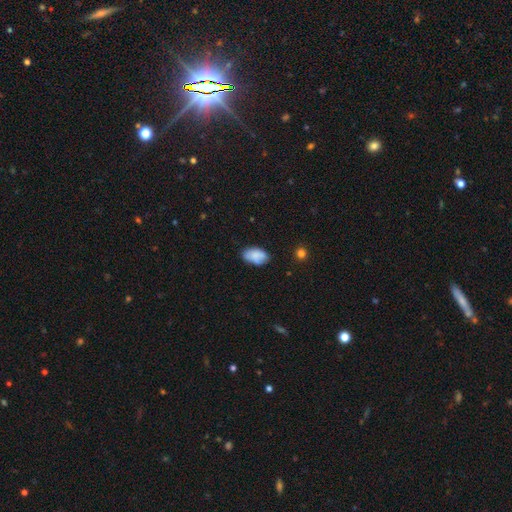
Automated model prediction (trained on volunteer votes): Q: Smooth or featured?
A: smooth (79%); runner-up: featured or disk (13%)
Q: How rounded?
A: in between (93%); runner-up: round (5%)
Q: Merging?
A: none (68%); runner-up: minor disturbance (25%)